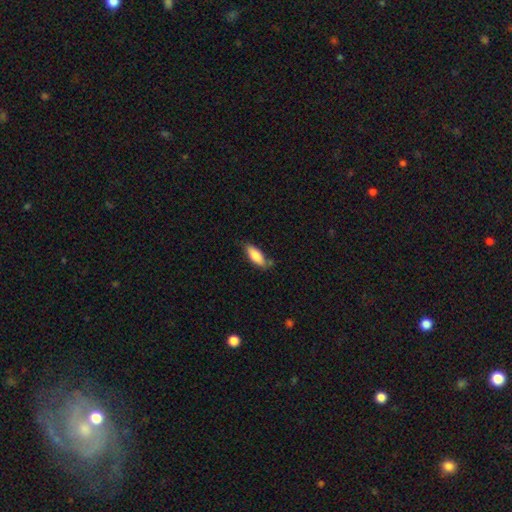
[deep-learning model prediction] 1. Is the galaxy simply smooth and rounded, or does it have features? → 81% smooth, 12% featured or disk, 6% star or artifact.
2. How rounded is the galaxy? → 71% in between, 27% cigar-shaped, 2% round.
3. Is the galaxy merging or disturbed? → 70% none, 22% minor disturbance, 4% major disturbance, 4% merger.